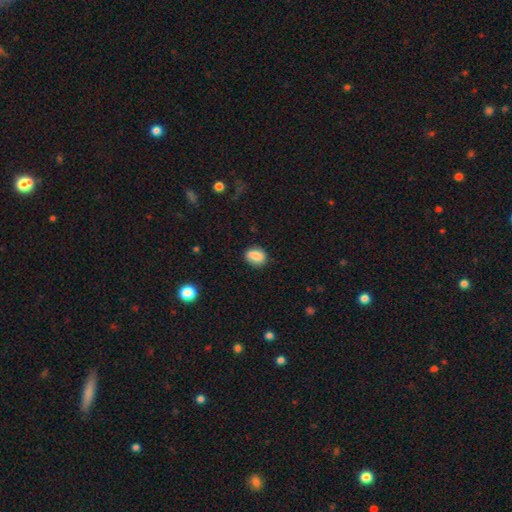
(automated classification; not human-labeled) Smooth or featured? smooth (81%)
How rounded? in between (67%)
Merging? none (79%)